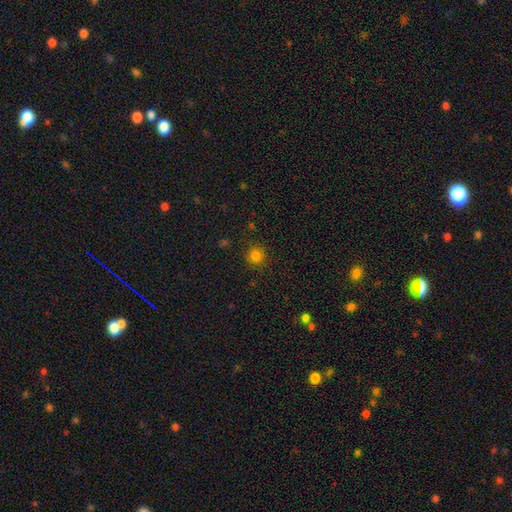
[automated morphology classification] Smooth or featured: smooth — 82% (star or artifact — 14%)
How rounded: round — 92% (in between — 7%)
Merging: none — 89% (minor disturbance — 7%)